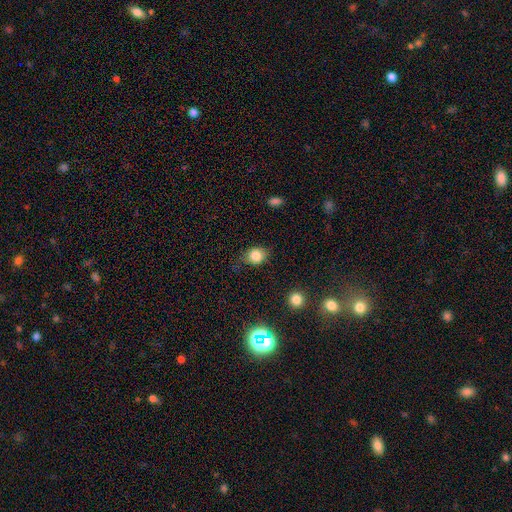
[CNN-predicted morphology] Smooth or featured? Predicted: smooth (p=0.82). How rounded? Predicted: round (p=0.52). Merging? Predicted: none (p=0.69).